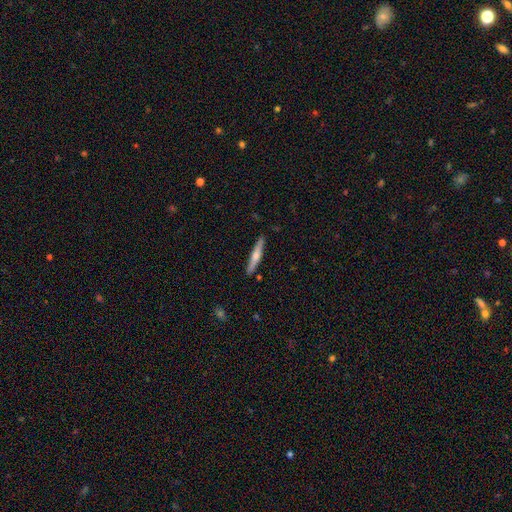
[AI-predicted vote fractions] Smooth or featured? featured or disk (55%)
Edge-on disk? yes (97%)
Edge-on bulge? rounded (84%)
Merging? none (90%)